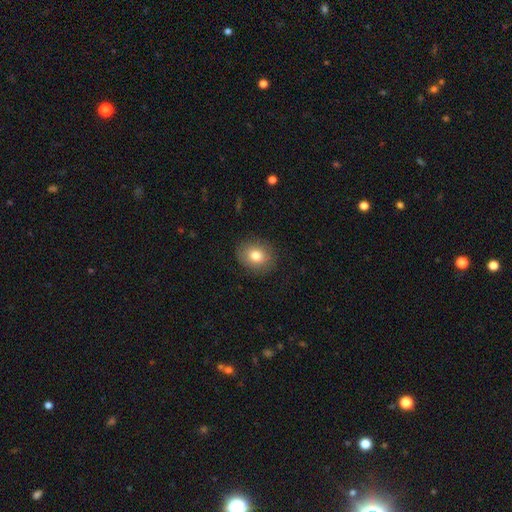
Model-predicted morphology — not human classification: Overall: smooth (80%). How rounded: round (57%; in between 42%). Merging: none (87%).